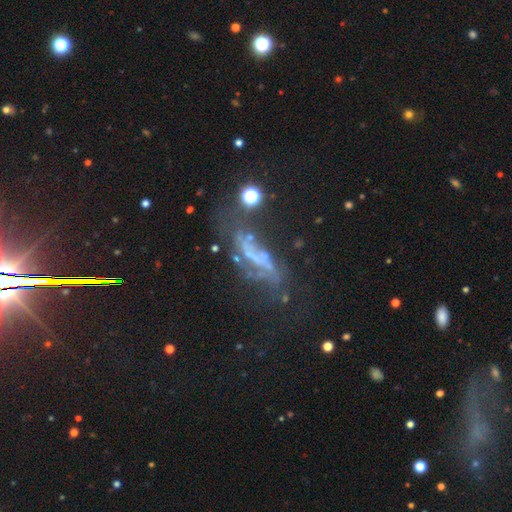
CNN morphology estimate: Overall: featured or disk (58%; star or artifact 21%). Edge-on disk: no (72%). Merging: none (37%; major disturbance 31%).